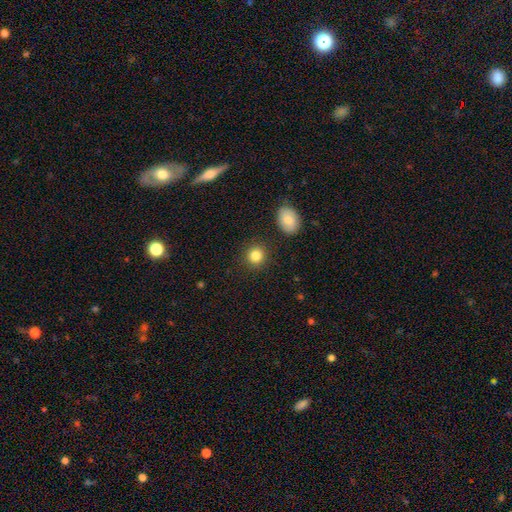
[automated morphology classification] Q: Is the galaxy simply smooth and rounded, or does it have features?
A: smooth — 84%.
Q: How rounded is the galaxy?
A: round — 86%.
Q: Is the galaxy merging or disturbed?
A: none — 89%.